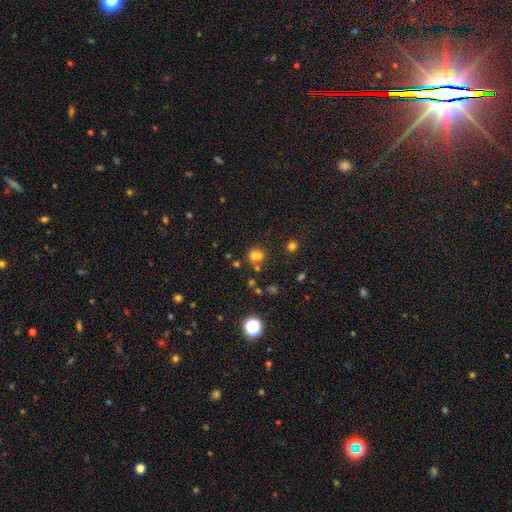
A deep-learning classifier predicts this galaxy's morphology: Smooth or featured? smooth (59%)
How rounded? round (79%)
Merging? none (44%)